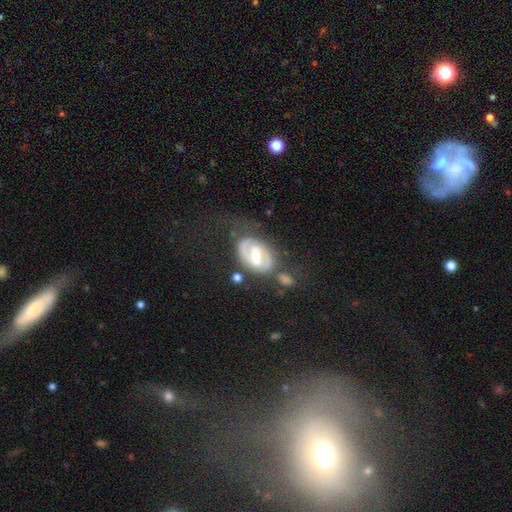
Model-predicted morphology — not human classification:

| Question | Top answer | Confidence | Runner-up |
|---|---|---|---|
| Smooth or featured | featured or disk | 73% | smooth (21%) |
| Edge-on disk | no | 96% | yes (4%) |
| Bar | weak | 44% | strong (41%) |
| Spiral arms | yes | 78% | no (22%) |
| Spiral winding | tight | 45% | medium (39%) |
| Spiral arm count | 2 | 69% | can't tell (17%) |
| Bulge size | moderate | 56% | small (28%) |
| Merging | none | 49% | minor disturbance (23%) |